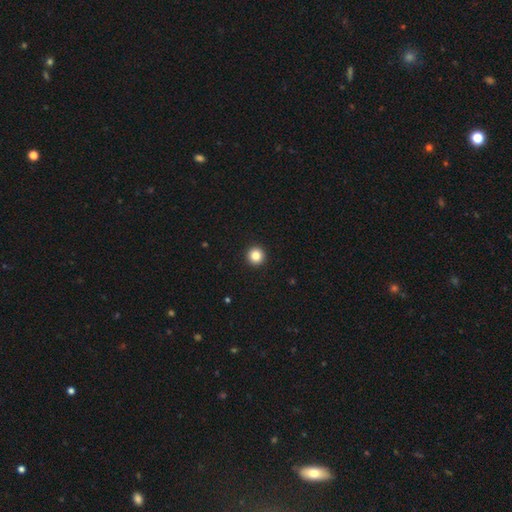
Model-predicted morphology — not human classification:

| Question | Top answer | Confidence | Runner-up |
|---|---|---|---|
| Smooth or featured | smooth | 85% | star or artifact (11%) |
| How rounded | round | 96% | in between (3%) |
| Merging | none | 94% | minor disturbance (3%) |